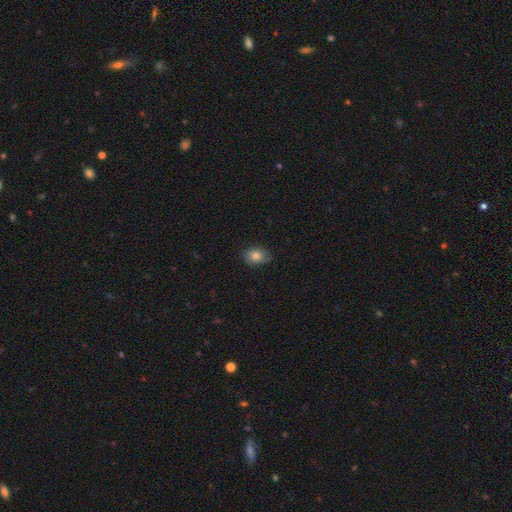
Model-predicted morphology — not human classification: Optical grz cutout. It shows a smooth galaxy with no disk features (83%) that is in between round and cigar-shaped (73%). Merging: none (83%).